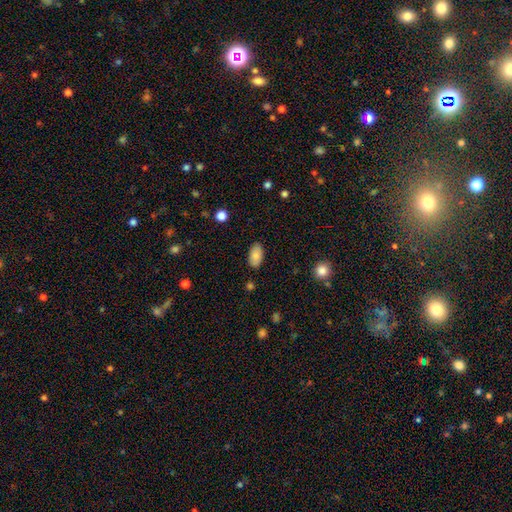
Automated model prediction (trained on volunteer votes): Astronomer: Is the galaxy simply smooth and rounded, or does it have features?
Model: smooth — 83%.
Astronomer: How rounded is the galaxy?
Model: in between — 94%.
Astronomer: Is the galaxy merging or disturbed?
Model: none — 85%.